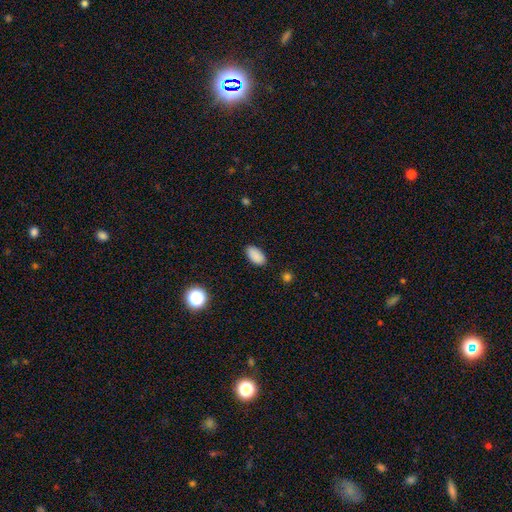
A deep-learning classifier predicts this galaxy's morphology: A smooth galaxy with no disk features (88%) that is in between round and cigar-shaped (94%). Merging: none (87%).